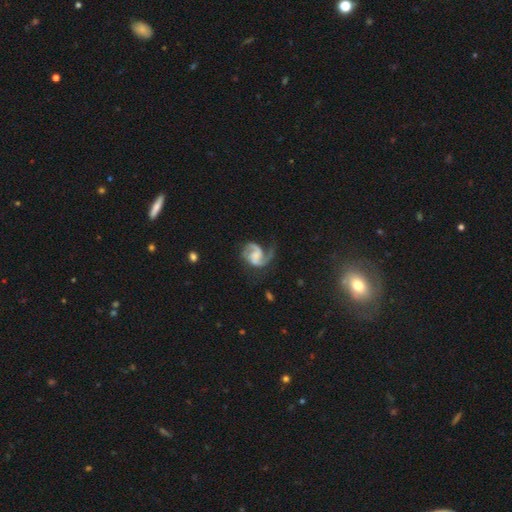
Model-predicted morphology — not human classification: type=featured or disk (87%); edge-on=no (98%); bar=no (44%); spiral arms=yes (97%); winding=medium (52%); arm count=2 (81%); bulge=none (48%); merging=none (56%).